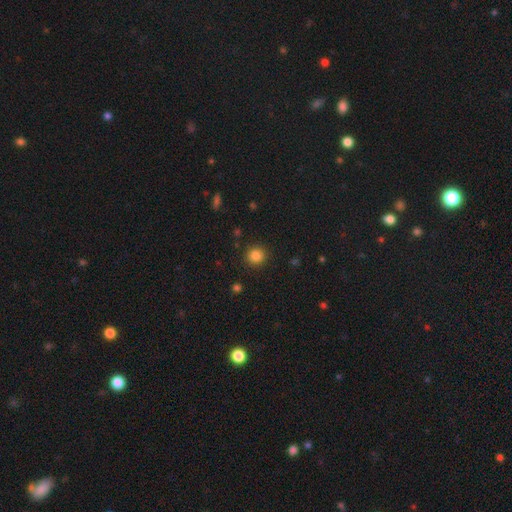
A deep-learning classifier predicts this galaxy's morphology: Q: Smooth or featured?
A: smooth (84%); runner-up: star or artifact (12%)
Q: How rounded?
A: round (92%); runner-up: in between (7%)
Q: Merging?
A: none (91%); runner-up: minor disturbance (6%)